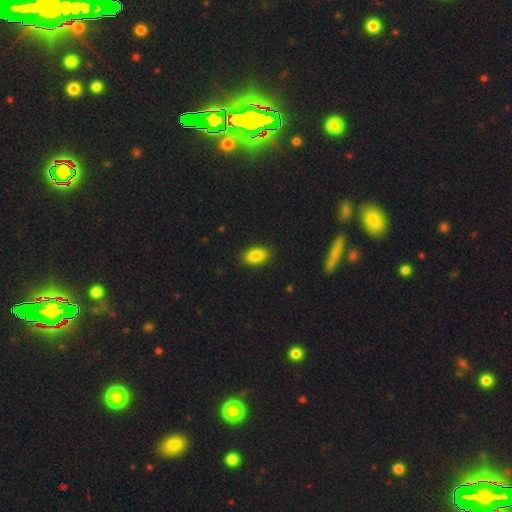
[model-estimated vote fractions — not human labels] Smooth or featured?
  - smooth: 86% *
  - star or artifact: 8%
  - featured or disk: 6%
How rounded?
  - in between: 90% *
  - round: 8%
  - cigar-shaped: 2%
Merging?
  - none: 88% *
  - minor disturbance: 9%
  - major disturbance: 2%
  - merger: 1%